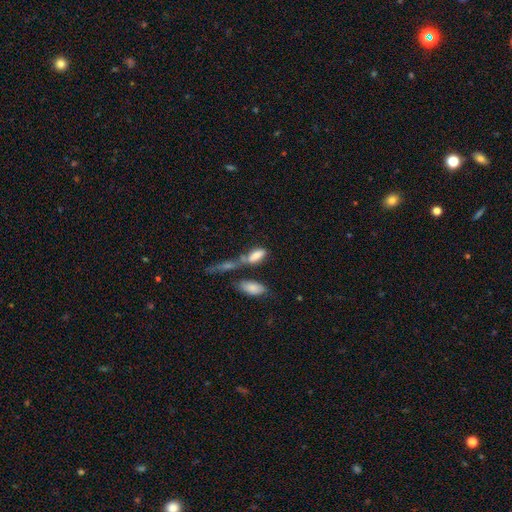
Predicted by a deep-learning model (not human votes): Q: Smooth or featured?
A: smooth (79%); runner-up: featured or disk (12%)
Q: How rounded?
A: in between (77%); runner-up: cigar-shaped (20%)
Q: Merging?
A: merger (40%); runner-up: none (37%)